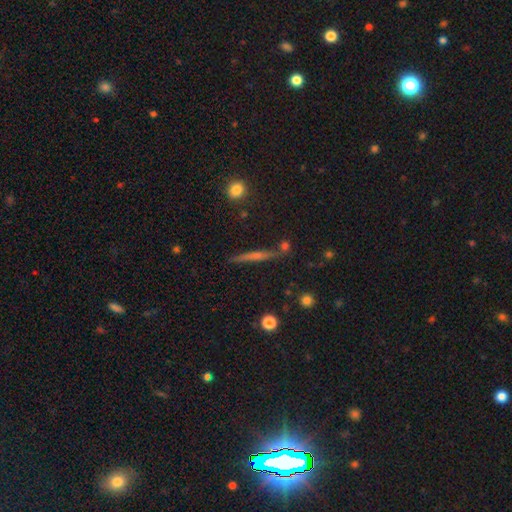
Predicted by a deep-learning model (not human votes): smooth-or-featured: featured or disk: 56% | smooth: 34% | star or artifact: 10%
  disk-edge-on: yes: 96% | no: 4%
    edge-on-bulge: none: 56% | rounded: 36% | boxy: 9%
  merging: none: 85% | minor disturbance: 9% | merger: 4% | major disturbance: 2%